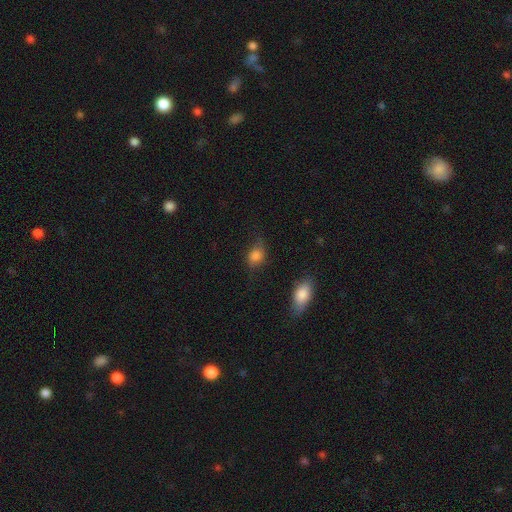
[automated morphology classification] smooth-or-featured: smooth: 80% | star or artifact: 11% | featured or disk: 9%
  how-rounded: in between: 57% | round: 41% | cigar-shaped: 2%
  merging: none: 59% | minor disturbance: 28% | major disturbance: 10% | merger: 3%